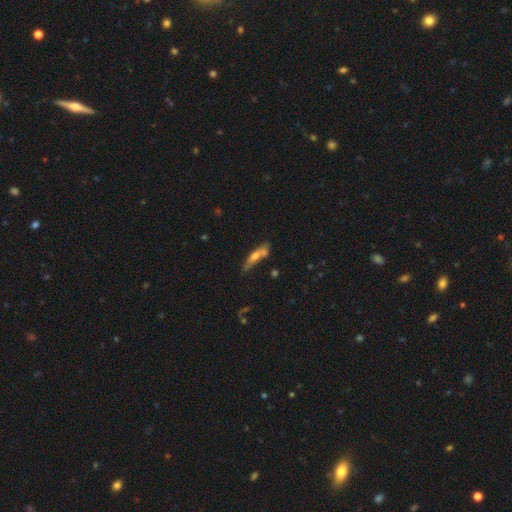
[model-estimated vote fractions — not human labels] Overall: smooth (48%; featured or disk 43%). Merging: none (52%; merger 21%).